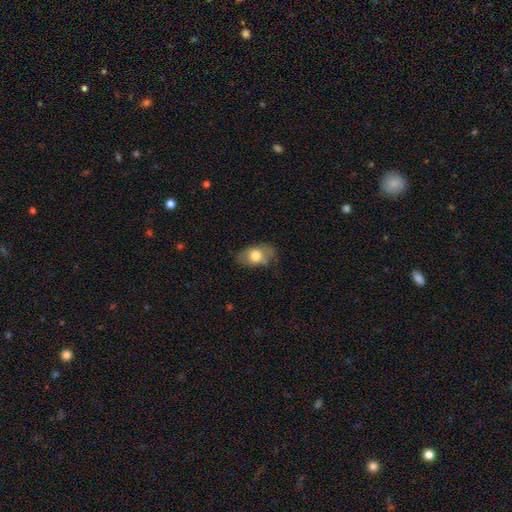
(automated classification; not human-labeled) smooth_or_featured: smooth (p=0.71) [alt: featured or disk p=0.22]
how_rounded: in between (p=0.85) [alt: round p=0.14]
merging: none (p=0.62) [alt: minor disturbance p=0.27]